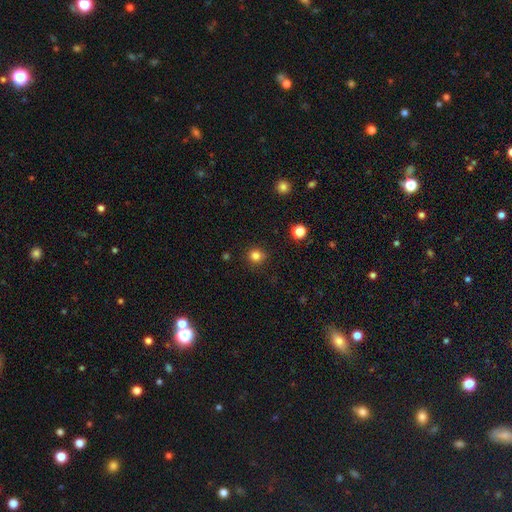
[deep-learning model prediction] Smooth or featured: smooth — 82% (star or artifact — 13%)
How rounded: round — 92% (in between — 7%)
Merging: none — 86% (minor disturbance — 9%)